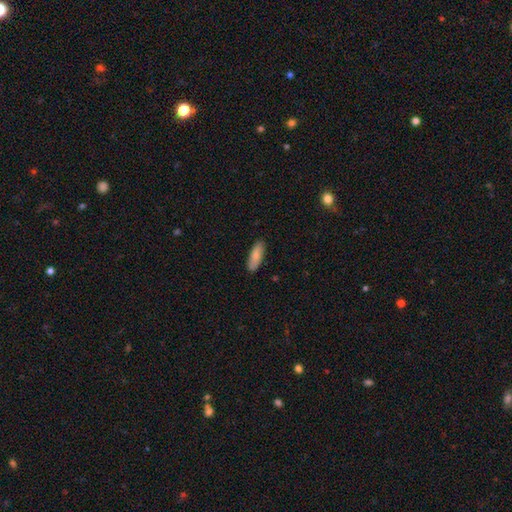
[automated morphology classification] Smooth or featured? Predicted: smooth (p=0.84). How rounded? Predicted: in between (p=0.60). Merging? Predicted: none (p=0.88).